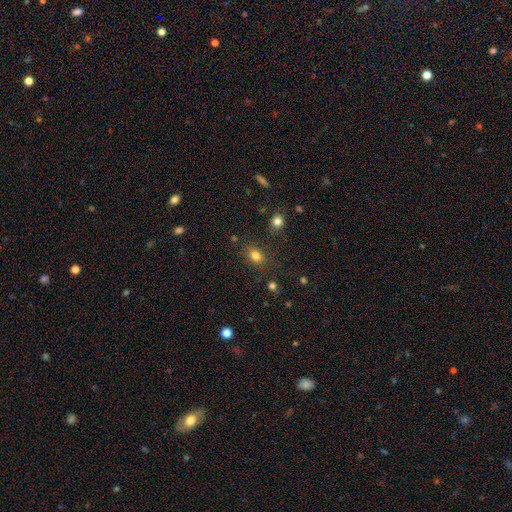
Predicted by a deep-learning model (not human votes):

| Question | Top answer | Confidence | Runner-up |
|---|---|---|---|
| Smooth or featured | smooth | 80% | star or artifact (13%) |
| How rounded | in between | 65% | round (33%) |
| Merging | none | 80% | minor disturbance (12%) |